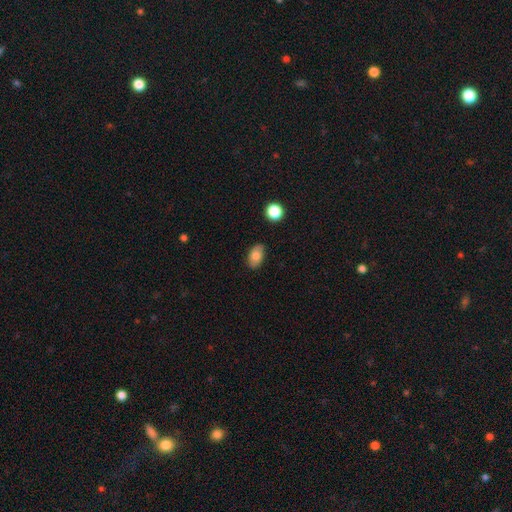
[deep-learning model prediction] smooth-or-featured: smooth: 79% | featured or disk: 13% | star or artifact: 8%
  how-rounded: in between: 89% | round: 9% | cigar-shaped: 2%
  merging: none: 81% | minor disturbance: 15% | major disturbance: 3% | merger: 2%